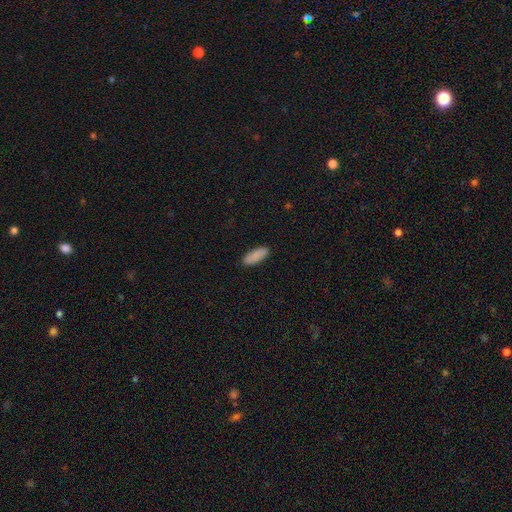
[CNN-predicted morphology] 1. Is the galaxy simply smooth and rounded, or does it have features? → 89% smooth, 6% star or artifact, 5% featured or disk.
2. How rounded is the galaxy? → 71% in between, 27% cigar-shaped, 2% round.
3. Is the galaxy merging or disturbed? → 89% none, 8% minor disturbance, 2% major disturbance, 1% merger.